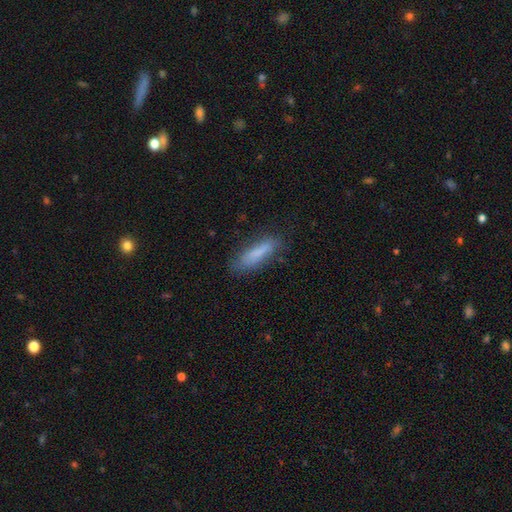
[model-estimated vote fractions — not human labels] A smooth galaxy with no disk features (73%) that is cigar-shaped (70%).

Vote fractions:
- Smooth or featured? smooth: 73% / featured or disk: 16% / star or artifact: 10%
- How rounded? cigar-shaped: 70% / in between: 29% / round: 2%
- Merging? none: 81% / minor disturbance: 14% / major disturbance: 4% / merger: 1%